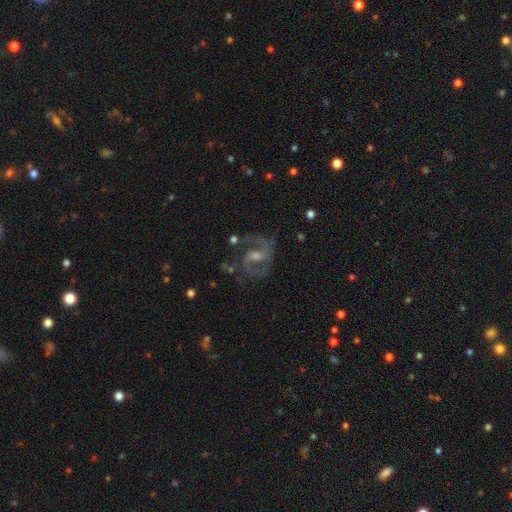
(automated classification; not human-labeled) Q: Smooth or featured?
A: featured or disk (88%); runner-up: star or artifact (8%)
Q: Edge-on disk?
A: no (98%); runner-up: yes (2%)
Q: Bar?
A: weak (54%); runner-up: strong (24%)
Q: Spiral arms?
A: yes (97%); runner-up: no (3%)
Q: Spiral winding?
A: medium (63%); runner-up: tight (19%)
Q: Spiral arm count?
A: 2 (90%); runner-up: can't tell (3%)
Q: Bulge size?
A: moderate (46%); runner-up: small (42%)
Q: Merging?
A: none (76%); runner-up: minor disturbance (14%)